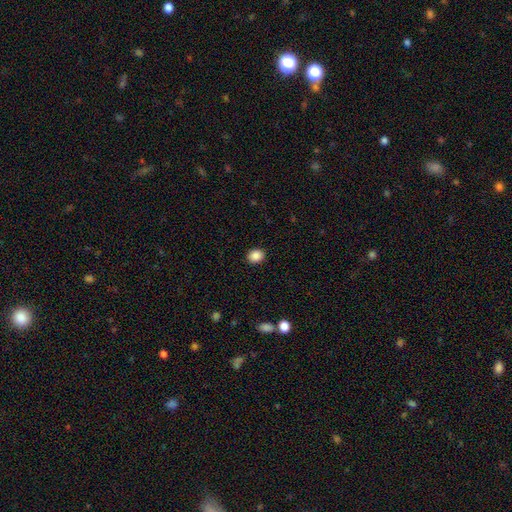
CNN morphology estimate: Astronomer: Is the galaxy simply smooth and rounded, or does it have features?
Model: smooth — 88%.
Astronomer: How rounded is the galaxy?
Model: round — 61% (runner-up: in between, 38%).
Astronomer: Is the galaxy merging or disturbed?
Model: none — 91%.